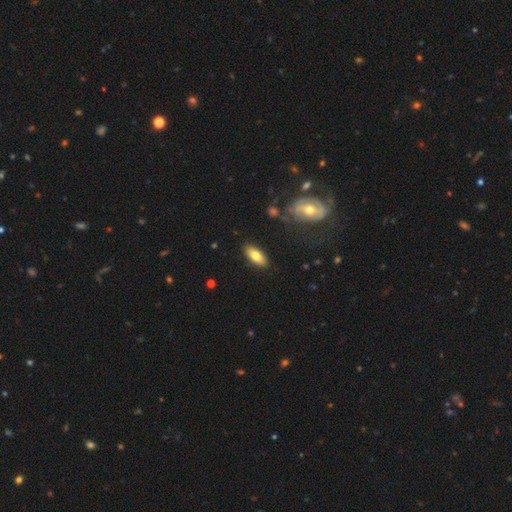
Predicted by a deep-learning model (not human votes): This appears to be a smooth galaxy with no disk features (77%) that is in between round and cigar-shaped (83%). Merging: none (86%).